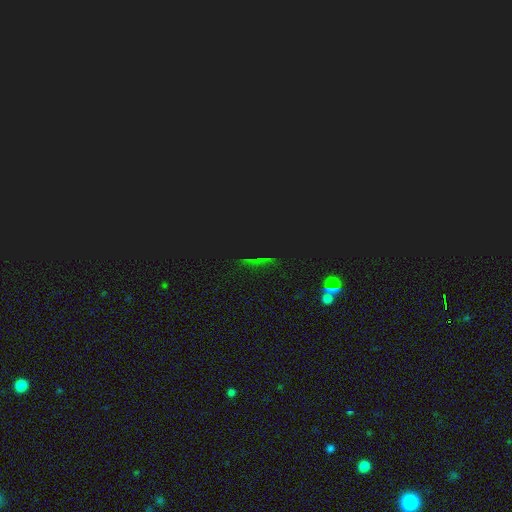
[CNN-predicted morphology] type=star or artifact (75%).